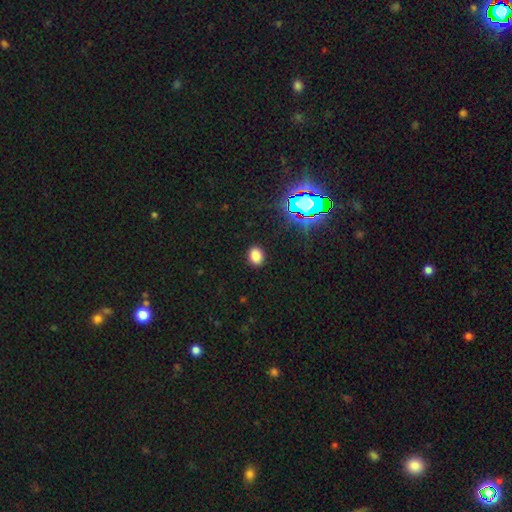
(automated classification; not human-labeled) Q: Smooth or featured?
A: smooth (79%); runner-up: star or artifact (17%)
Q: How rounded?
A: in between (56%); runner-up: round (43%)
Q: Merging?
A: none (88%); runner-up: minor disturbance (8%)